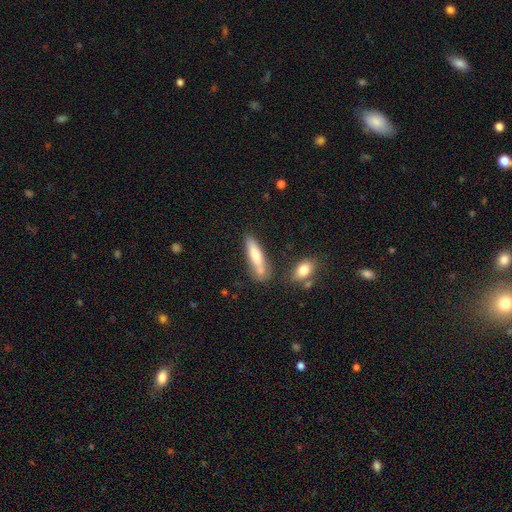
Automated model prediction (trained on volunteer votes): Smooth or featured?
  - smooth: 73% *
  - featured or disk: 20%
  - star or artifact: 6%
How rounded?
  - cigar-shaped: 72% *
  - in between: 26%
  - round: 2%
Merging?
  - none: 59% *
  - minor disturbance: 18%
  - merger: 17%
  - major disturbance: 6%